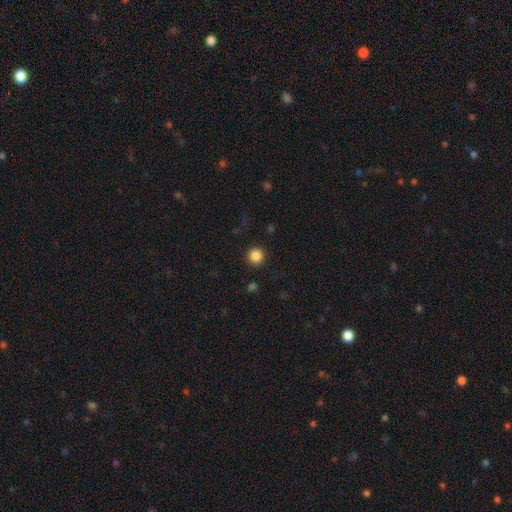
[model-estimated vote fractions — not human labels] smooth_or_featured: smooth (p=0.85) [alt: star or artifact p=0.11]
how_rounded: round (p=0.95) [alt: in between p=0.04]
merging: none (p=0.92) [alt: minor disturbance p=0.05]